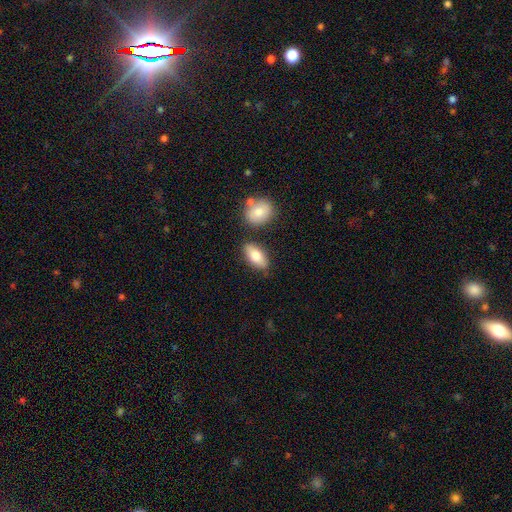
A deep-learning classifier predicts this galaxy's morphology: Overall: smooth (77%). How rounded: in between (85%). Merging: none (78%).